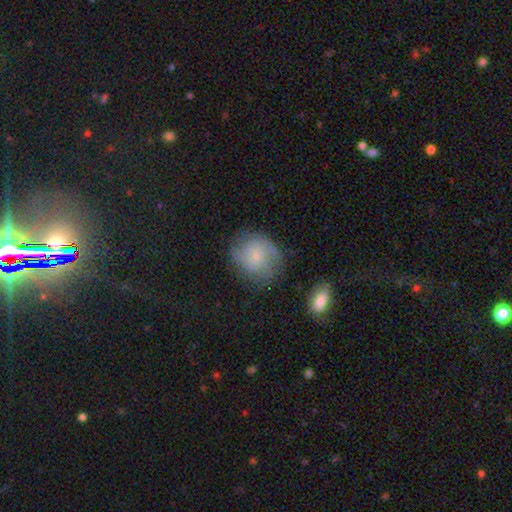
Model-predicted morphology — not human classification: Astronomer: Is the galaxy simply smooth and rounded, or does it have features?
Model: smooth — 58%.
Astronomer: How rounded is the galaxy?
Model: round — 75%.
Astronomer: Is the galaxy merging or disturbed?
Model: none — 63%.